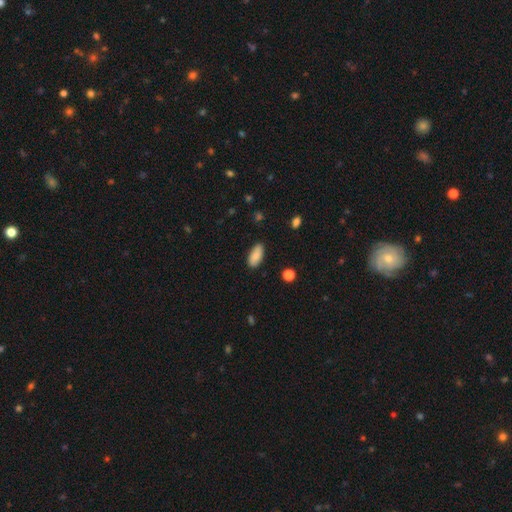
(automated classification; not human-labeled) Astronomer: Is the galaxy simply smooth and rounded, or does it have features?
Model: smooth — 89%.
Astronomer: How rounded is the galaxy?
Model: in between — 89%.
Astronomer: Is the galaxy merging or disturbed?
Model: none — 87%.